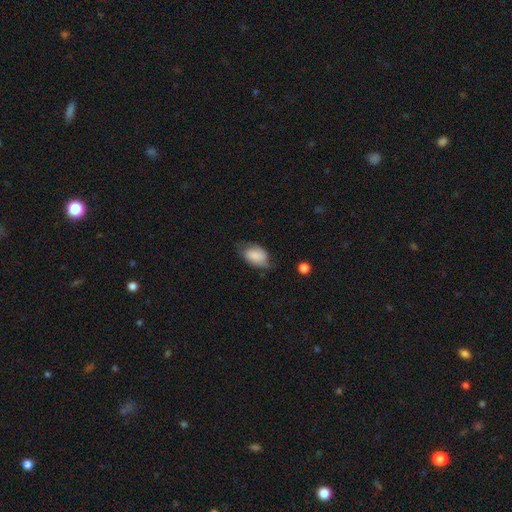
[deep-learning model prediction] A smooth galaxy with no disk features (74%) that is in between round and cigar-shaped (88%).

Vote fractions:
- Smooth or featured? smooth: 74% / featured or disk: 18% / star or artifact: 8%
- How rounded? in between: 88% / round: 11% / cigar-shaped: 1%
- Merging? none: 50% / minor disturbance: 36% / major disturbance: 12% / merger: 2%